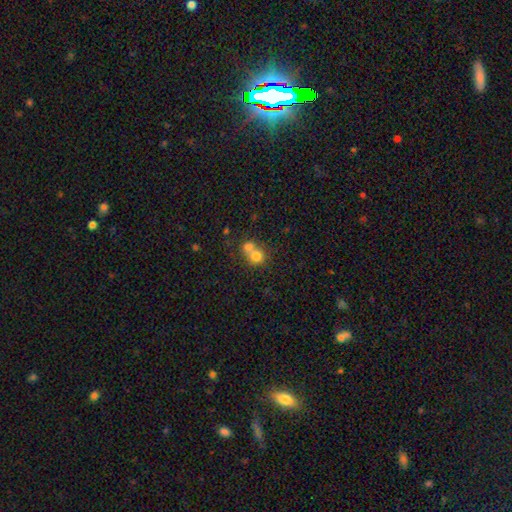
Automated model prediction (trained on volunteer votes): This appears to be a smooth galaxy with no disk features (75%) that is round (83%). Merging: merger (60%).